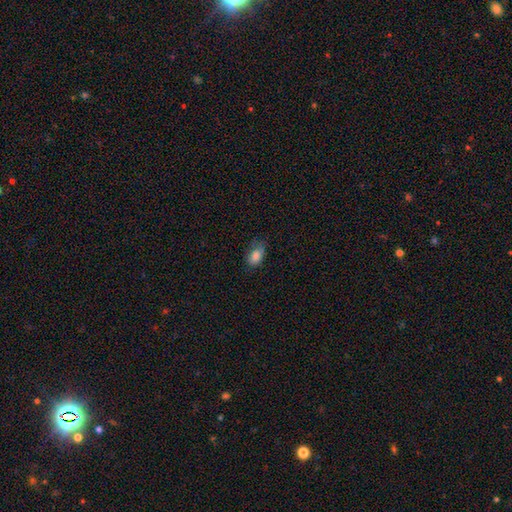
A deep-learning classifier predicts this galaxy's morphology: smooth_or_featured: smooth (p=0.82) [alt: star or artifact p=0.09]
how_rounded: in between (p=0.88) [alt: round p=0.09]
merging: none (p=0.54) [alt: minor disturbance p=0.32]